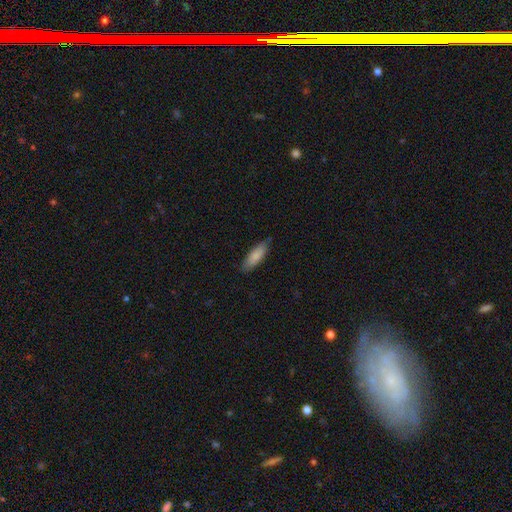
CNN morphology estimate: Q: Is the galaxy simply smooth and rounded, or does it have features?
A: smooth — 82%.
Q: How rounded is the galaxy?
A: in between — 52%.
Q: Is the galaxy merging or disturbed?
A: none — 80%.